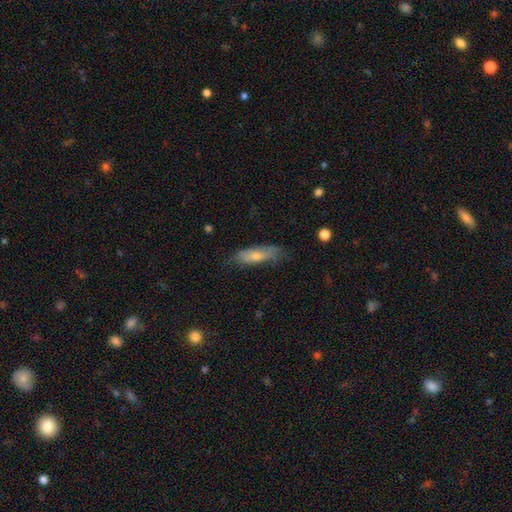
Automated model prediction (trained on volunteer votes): Q: Smooth or featured?
A: smooth (55%); runner-up: featured or disk (37%)
Q: How rounded?
A: cigar-shaped (62%); runner-up: in between (35%)
Q: Merging?
A: none (69%); runner-up: minor disturbance (23%)